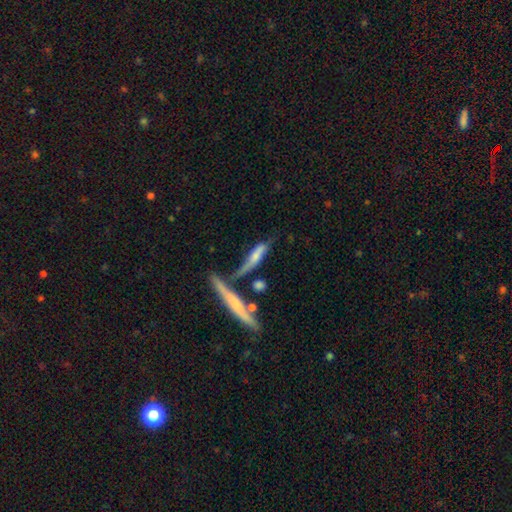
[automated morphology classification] Smooth or featured? smooth (52%)
How rounded? cigar-shaped (74%)
Merging? none (35%)